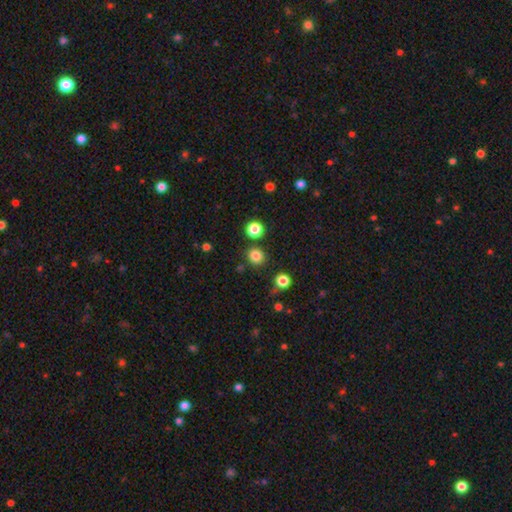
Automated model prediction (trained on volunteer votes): A smooth galaxy with no disk features (82%) that is round (89%).

Vote fractions:
- Smooth or featured? smooth: 82% / star or artifact: 14% / featured or disk: 4%
- How rounded? round: 89% / in between: 11% / cigar-shaped: 1%
- Merging? none: 85% / minor disturbance: 7% / merger: 5% / major disturbance: 3%